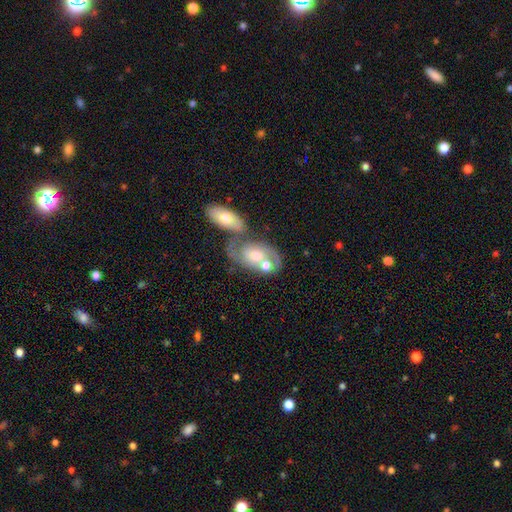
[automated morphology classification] A featured or disk galaxy (68%) with no bar (72%), 2 (72%) medium (45%) spiral arms (79%) and a moderate central bulge (58%). Merging: merger (50%).